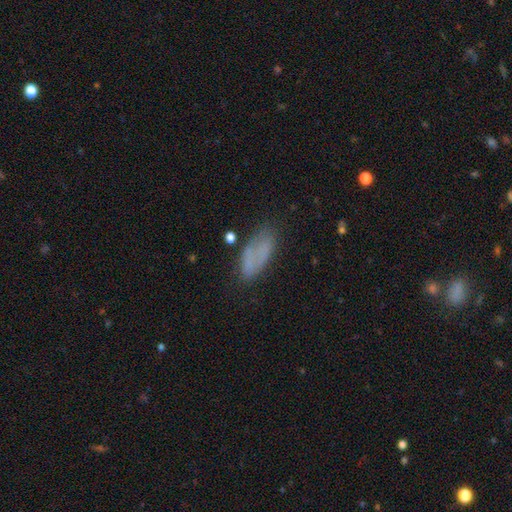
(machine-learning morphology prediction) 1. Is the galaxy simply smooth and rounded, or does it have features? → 62% smooth, 26% featured or disk, 12% star or artifact.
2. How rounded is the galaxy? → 82% in between, 15% cigar-shaped, 3% round.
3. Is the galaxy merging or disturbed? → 61% none, 23% minor disturbance, 11% major disturbance, 5% merger.